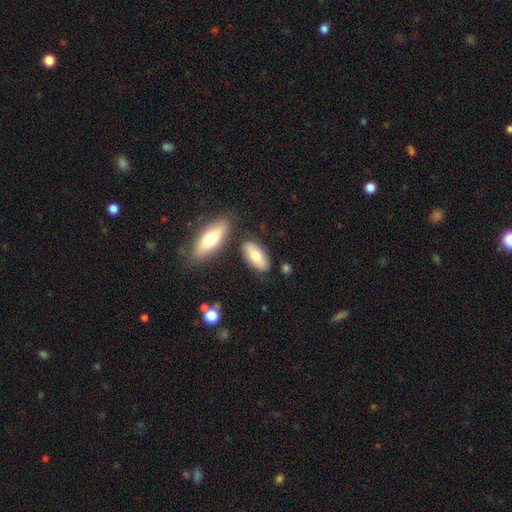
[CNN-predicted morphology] Smooth or featured?
  - smooth: 71% *
  - featured or disk: 22%
  - star or artifact: 6%
How rounded?
  - in between: 87% *
  - cigar-shaped: 11%
  - round: 3%
Merging?
  - none: 78% *
  - minor disturbance: 12%
  - merger: 7%
  - major disturbance: 3%